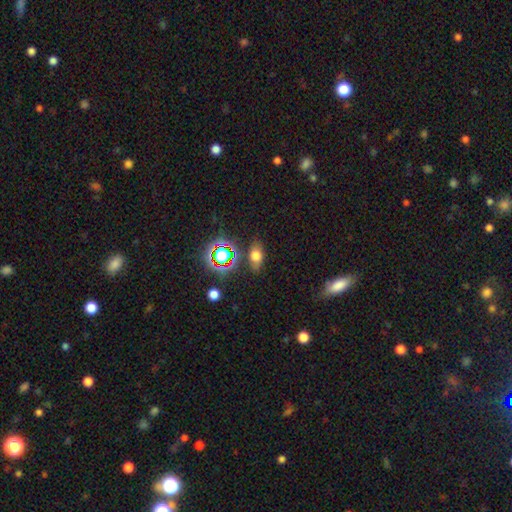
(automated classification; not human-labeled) Smooth or featured? Predicted: smooth (p=0.64). How rounded? Predicted: in between (p=0.79). Merging? Predicted: none (p=0.79).